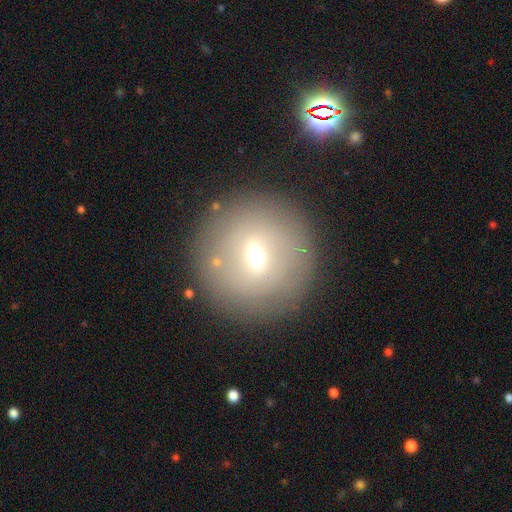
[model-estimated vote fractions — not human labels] smooth 45%, featured or disk 42%, star or artifact 13%. Down the decision tree: merging — none (85%).